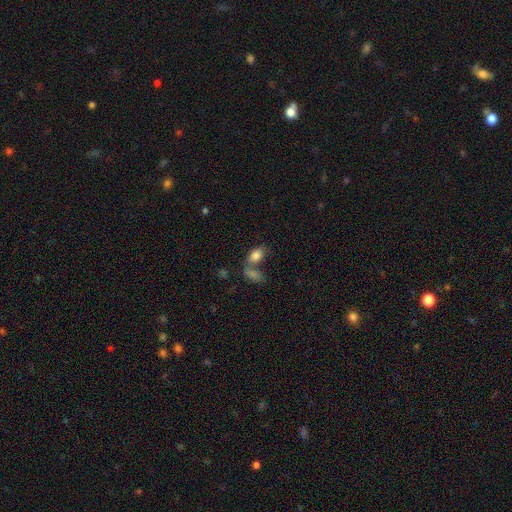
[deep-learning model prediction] Overall: smooth (82%). How rounded: in between (90%). Merging: none (41%, tied with merger).